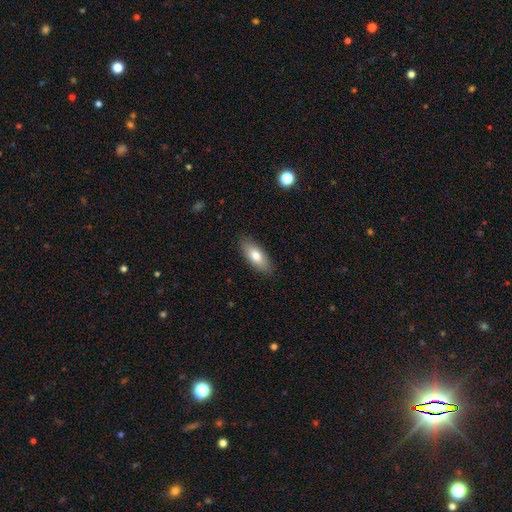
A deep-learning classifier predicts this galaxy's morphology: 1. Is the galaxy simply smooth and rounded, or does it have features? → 77% smooth, 16% featured or disk, 6% star or artifact.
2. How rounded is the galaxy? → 79% in between, 18% cigar-shaped, 2% round.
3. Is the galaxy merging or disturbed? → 87% none, 10% minor disturbance, 2% major disturbance, 1% merger.